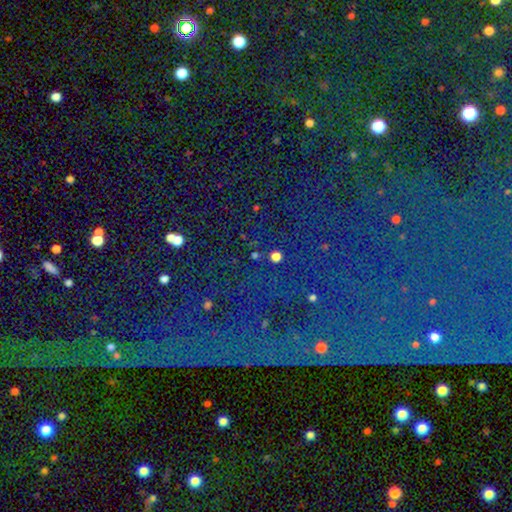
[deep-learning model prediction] A star or artifact, not a galaxy (73%).

Vote fractions:
- Smooth or featured? star or artifact: 73% / smooth: 18% / featured or disk: 8%